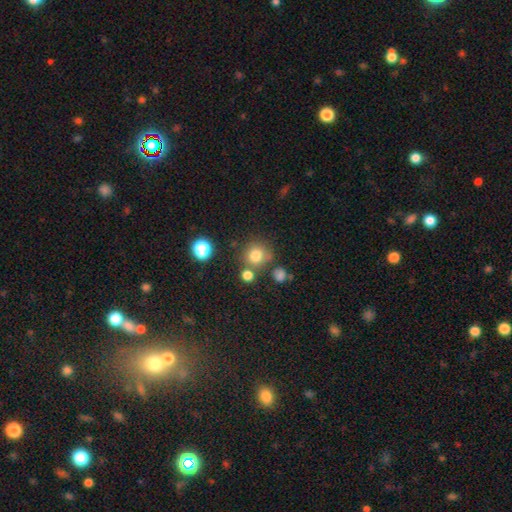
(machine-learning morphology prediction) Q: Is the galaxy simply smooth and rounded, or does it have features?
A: smooth — 77%.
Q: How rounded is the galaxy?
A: round — 89%.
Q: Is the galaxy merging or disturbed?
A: none — 71%.